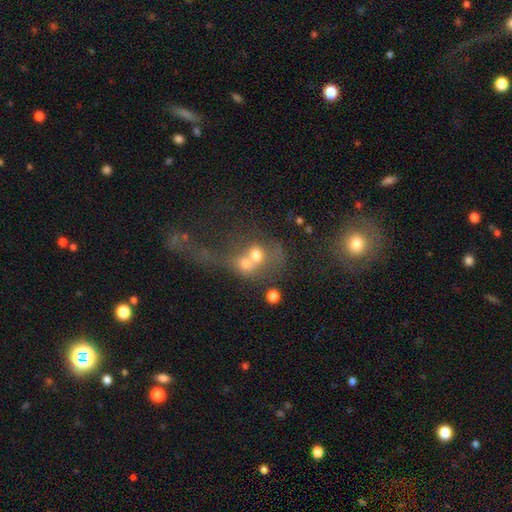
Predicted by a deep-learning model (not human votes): Smooth or featured? Predicted: smooth (p=0.55). How rounded? Predicted: round (p=0.60). Merging? Predicted: merger (p=0.66).